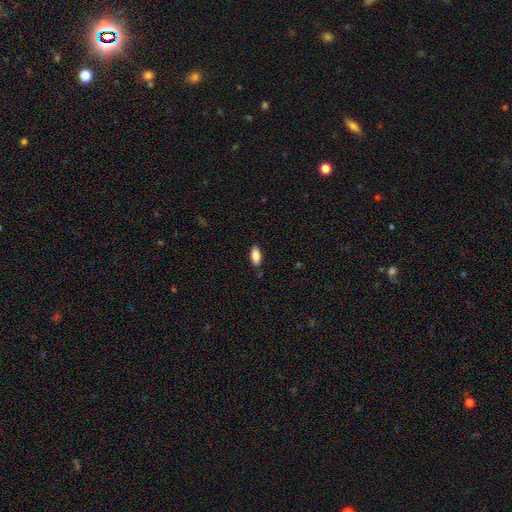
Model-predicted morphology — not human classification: type=smooth (84%); roundness=in between (86%); merging=none (87%).